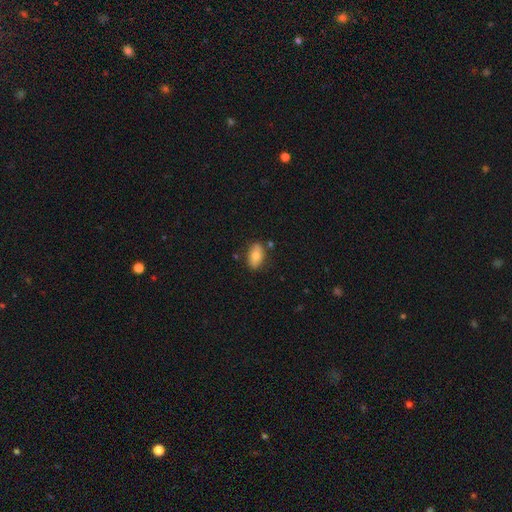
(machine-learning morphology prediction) Smooth or featured? Predicted: smooth (p=0.75). How rounded? Predicted: in between (p=0.90). Merging? Predicted: none (p=0.80).